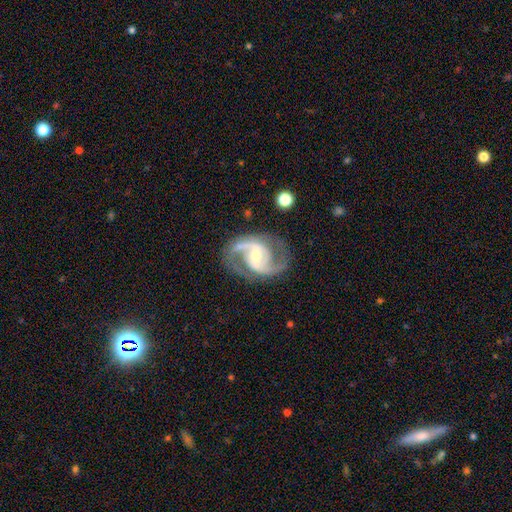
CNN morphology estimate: A featured or disk galaxy (92%) with a weak bar (43%), 2 (92%) medium (62%) spiral arms (98%) and a small central bulge (52%). Merging: none (79%).